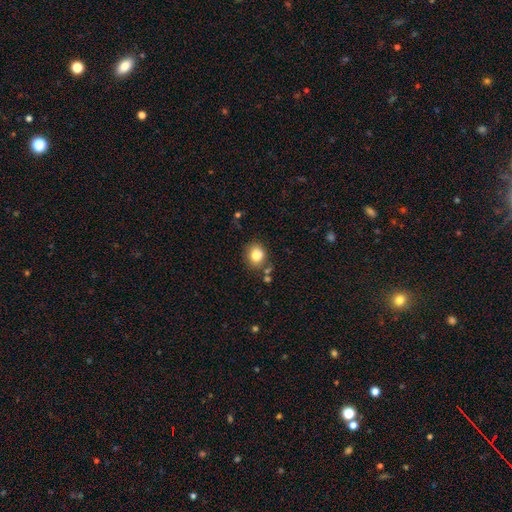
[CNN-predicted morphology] smooth 82%, star or artifact 10%, featured or disk 8%. Down the decision tree: how rounded — round (71%); merging — none (74%).